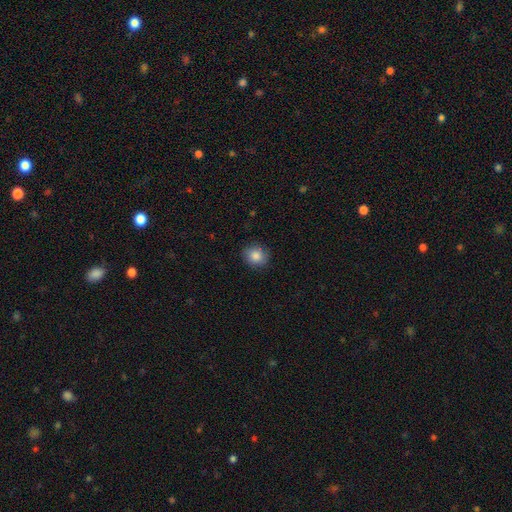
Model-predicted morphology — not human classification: A smooth galaxy with no disk features (85%) that is round (79%). Merging: none (86%).